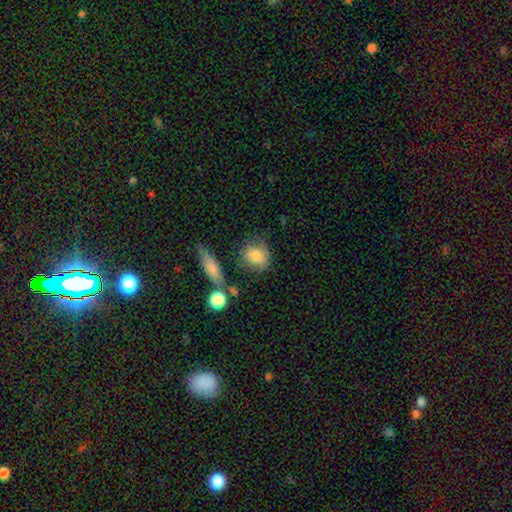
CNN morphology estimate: type=smooth (84%); roundness=round (65%); merging=none (63%).